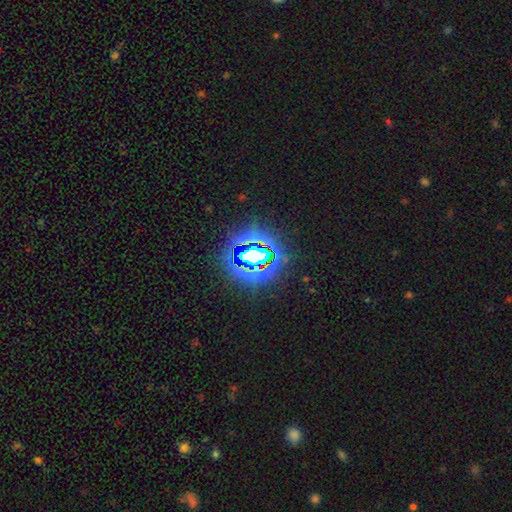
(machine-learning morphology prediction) Q: Smooth or featured?
A: star or artifact (77%); runner-up: smooth (13%)